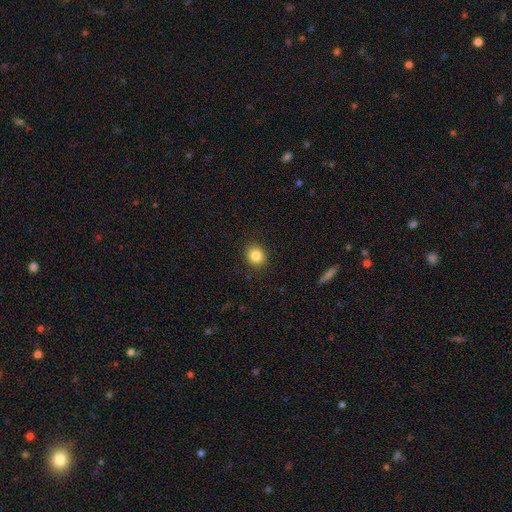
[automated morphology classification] This is clearly a smooth galaxy (84%). How rounded: likely round (79%). Merging: clearly none (90%).